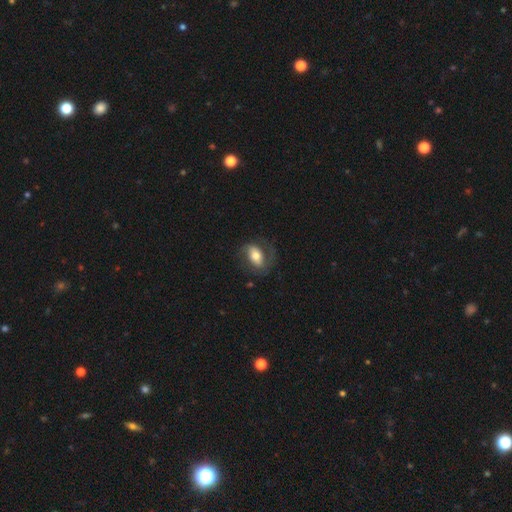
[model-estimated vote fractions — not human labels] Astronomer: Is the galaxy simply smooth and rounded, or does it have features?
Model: featured or disk — 48% (runner-up: smooth, 45%).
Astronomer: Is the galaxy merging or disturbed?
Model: none — 61%.